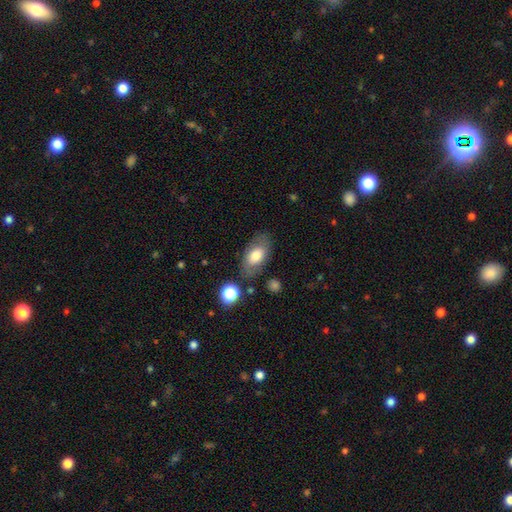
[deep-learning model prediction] Overall: smooth (72%). How rounded: in between (91%). Merging: none (74%).